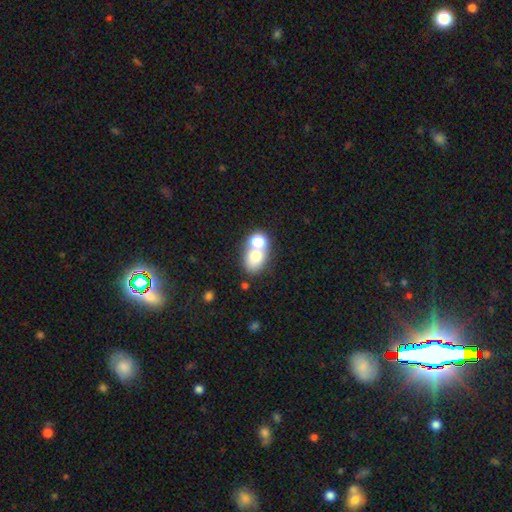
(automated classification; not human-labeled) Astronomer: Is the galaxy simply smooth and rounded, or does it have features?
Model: smooth — 70%.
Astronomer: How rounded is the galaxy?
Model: in between — 61% (runner-up: round, 38%).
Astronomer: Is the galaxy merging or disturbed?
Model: merger — 53% (runner-up: none, 34%).